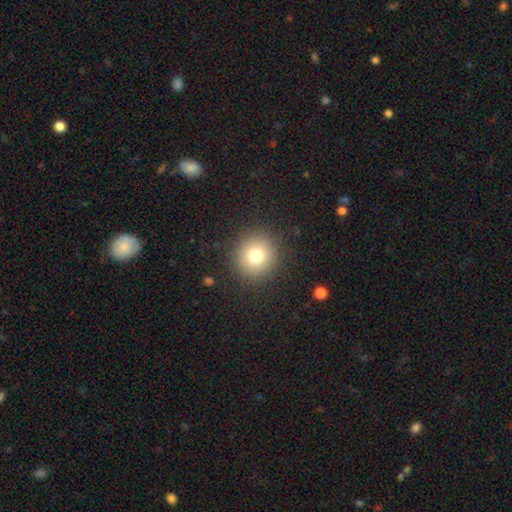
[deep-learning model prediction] This is likely a smooth galaxy (77%). How rounded: clearly round (91%). Merging: clearly none (89%).